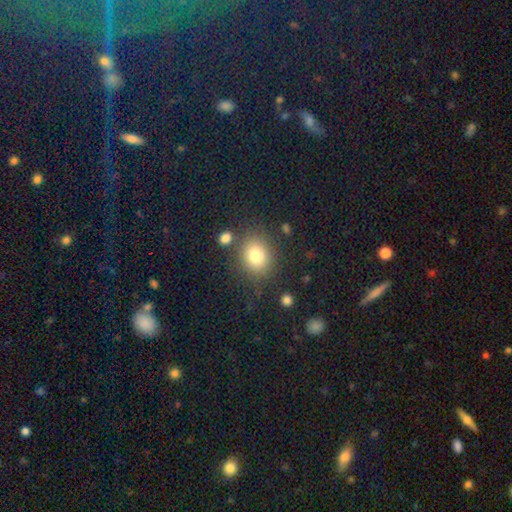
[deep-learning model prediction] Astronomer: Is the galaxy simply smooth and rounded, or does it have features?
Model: smooth — 79%.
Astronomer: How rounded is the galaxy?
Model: round — 60% (runner-up: in between, 39%).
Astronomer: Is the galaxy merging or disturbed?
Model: none — 78%.